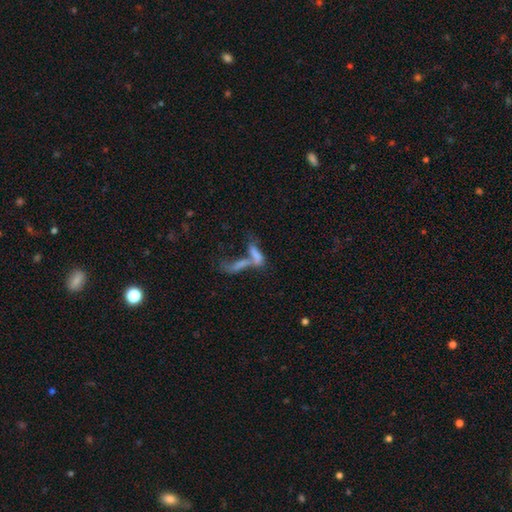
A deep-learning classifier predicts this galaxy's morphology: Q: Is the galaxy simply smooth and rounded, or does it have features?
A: smooth — 59%.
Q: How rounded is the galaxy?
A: cigar-shaped — 51%.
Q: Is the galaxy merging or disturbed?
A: merger — 67%.